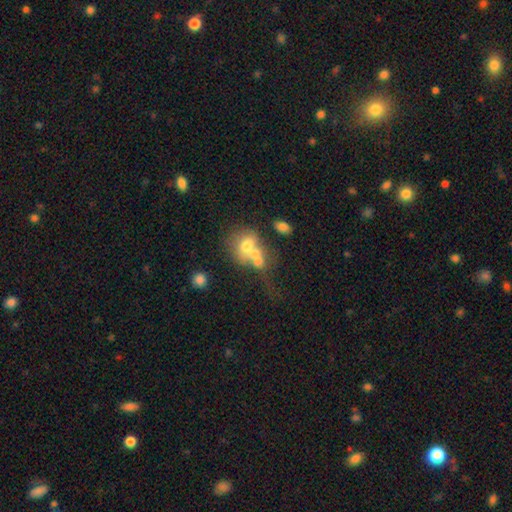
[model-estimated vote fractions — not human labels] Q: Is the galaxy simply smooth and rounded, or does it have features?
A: smooth — 58%.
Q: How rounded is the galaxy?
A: in between — 50%.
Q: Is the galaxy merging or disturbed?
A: merger — 60%.